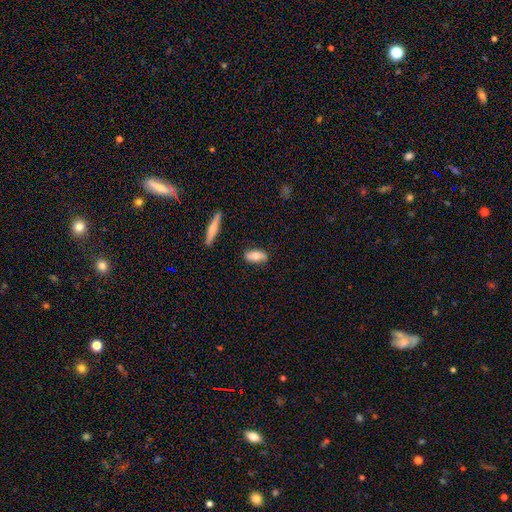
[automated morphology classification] This is likely a smooth galaxy (60%). How rounded: likely in between (80%). Merging: likely none (80%).